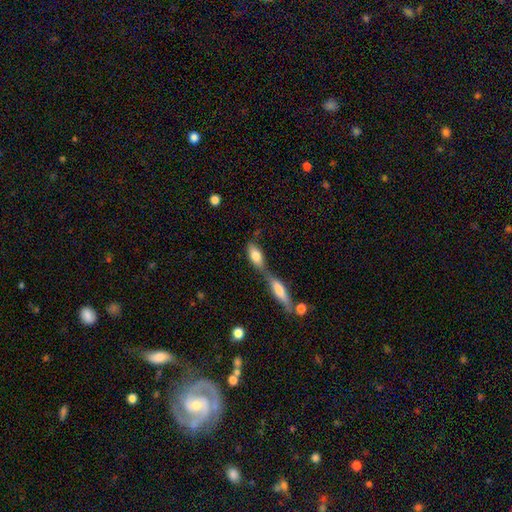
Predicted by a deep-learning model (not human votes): smooth-or-featured: smooth: 75% | featured or disk: 18% | star or artifact: 7%
  how-rounded: in between: 76% | cigar-shaped: 20% | round: 4%
  merging: merger: 56% | none: 30% | minor disturbance: 10% | major disturbance: 5%